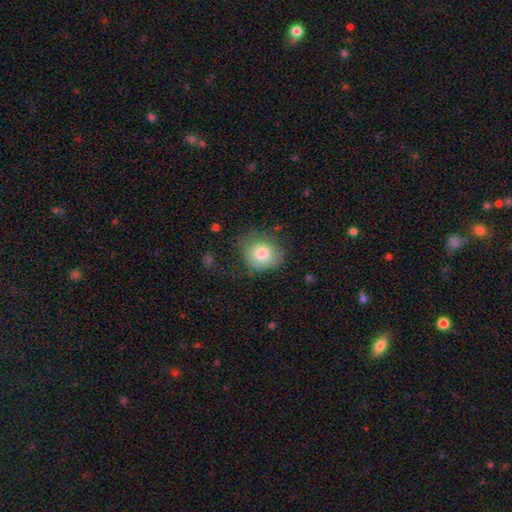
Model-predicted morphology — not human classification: type=smooth (79%); roundness=round (56%); merging=none (64%).